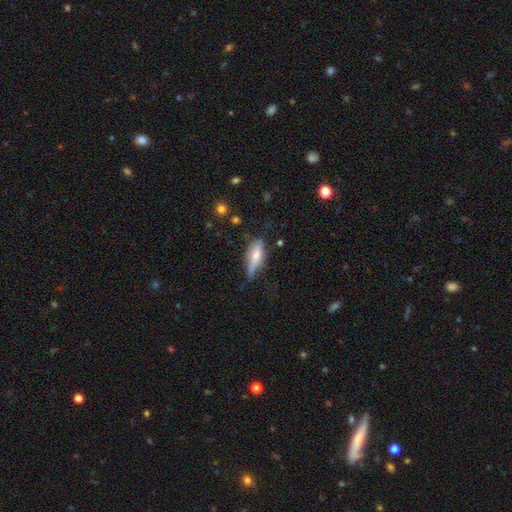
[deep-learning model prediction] A smooth galaxy with no disk features (58%) that is in between round and cigar-shaped (53%). Merging: none (52%).